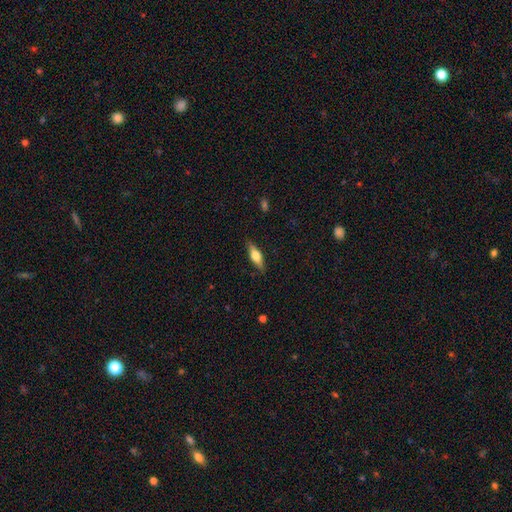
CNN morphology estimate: Smooth or featured? Predicted: smooth (p=0.51). How rounded? Predicted: cigar-shaped (p=0.52). Merging? Predicted: none (p=0.86).